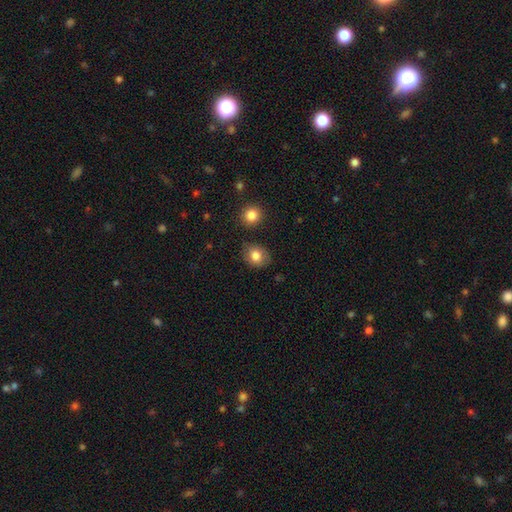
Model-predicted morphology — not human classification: This is clearly a smooth galaxy (82%). How rounded: possibly round (54%). Merging: clearly none (81%).